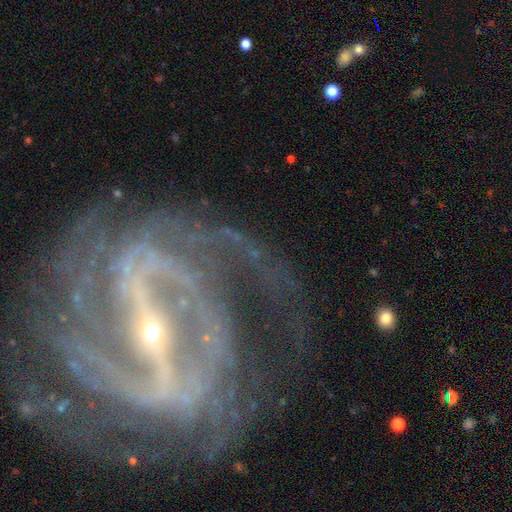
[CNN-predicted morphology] This is clearly a featured or disk galaxy (90%). It is clearly not viewed edge-on (96%). Bar: likely strong (75%). Spiral arm pattern: clearly yes (96%). Spiral arm count: possibly 2 (52%). Spiral winding: possibly medium (45%). Central bulge: clearly small (83%). Merging: possibly none (58%).